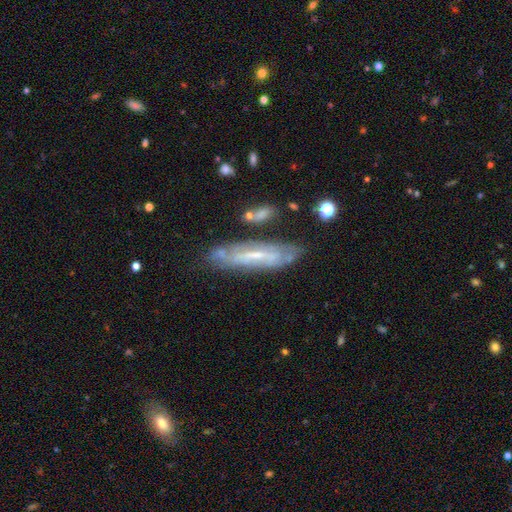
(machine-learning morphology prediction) Q: Smooth or featured?
A: featured or disk (70%); runner-up: smooth (22%)
Q: Edge-on disk?
A: no (63%); runner-up: yes (37%)
Q: Merging?
A: none (69%); runner-up: minor disturbance (19%)